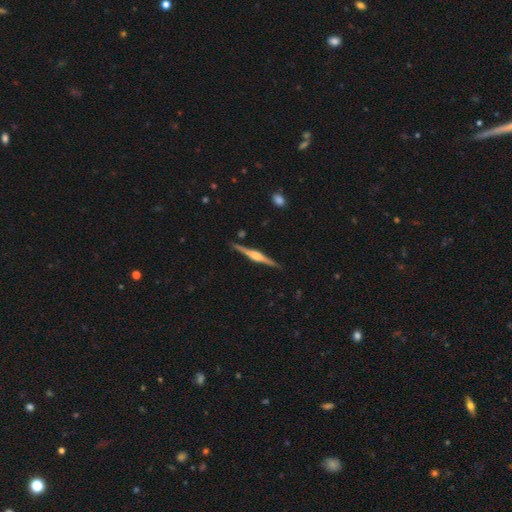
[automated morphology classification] Overall: featured or disk (83%). Edge-on disk: yes (98%). Edge-on bulge: rounded (77%). Merging: none (90%).